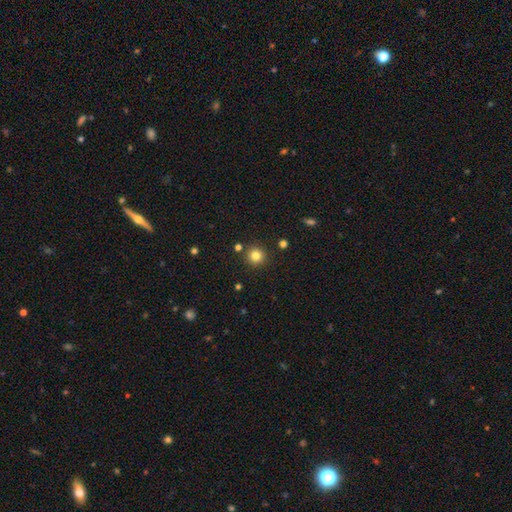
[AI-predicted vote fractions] smooth-or-featured: smooth: 81% | star or artifact: 13% | featured or disk: 6%
  how-rounded: round: 94% | in between: 5% | cigar-shaped: 1%
  merging: none: 88% | minor disturbance: 6% | merger: 4% | major disturbance: 2%